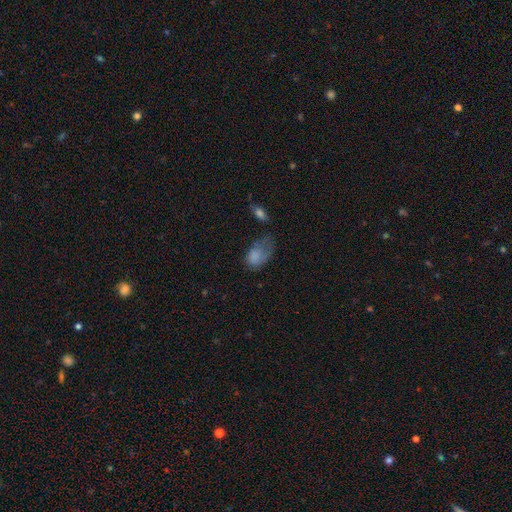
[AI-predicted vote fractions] The model was most divided on "merging": major disturbance: 39%, minor disturbance: 30%, none: 25%, merger: 6%. More confident: how rounded — in between (87%); smooth or featured — smooth (76%).